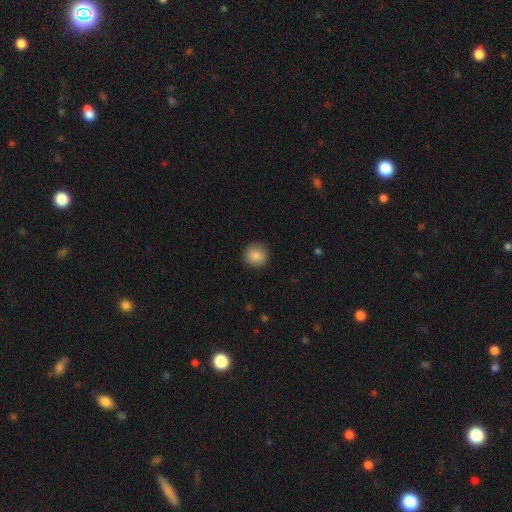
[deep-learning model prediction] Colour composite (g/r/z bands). It shows a smooth galaxy with no disk features (87%) that is round (93%). Merging: none (91%).